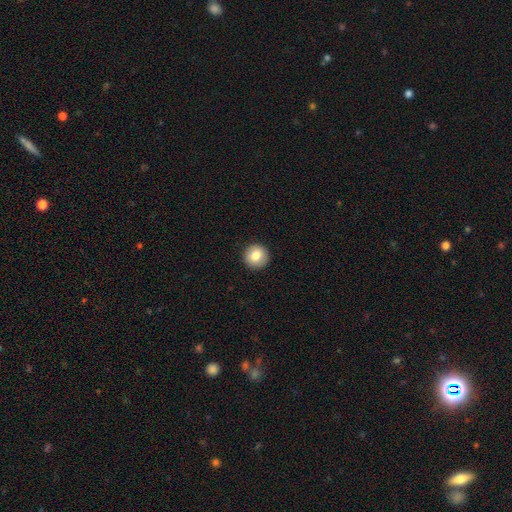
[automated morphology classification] A smooth galaxy with no disk features (83%) that is round (95%).

Vote fractions:
- Smooth or featured? smooth: 83% / featured or disk: 9% / star or artifact: 8%
- How rounded? round: 95% / in between: 4% / cigar-shaped: 1%
- Merging? none: 92% / minor disturbance: 5% / major disturbance: 2% / merger: 1%